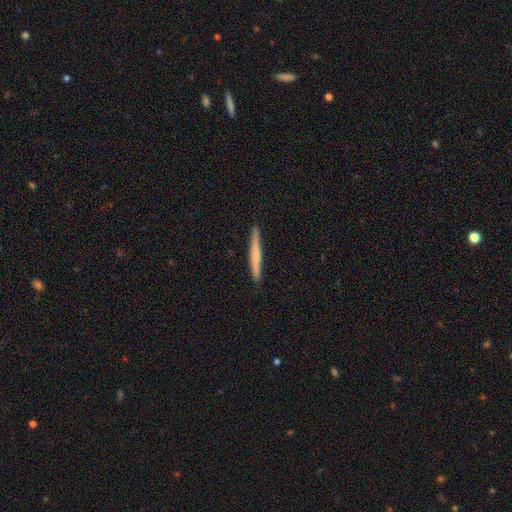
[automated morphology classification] Q: Smooth or featured?
A: smooth (55%); runner-up: featured or disk (40%)
Q: How rounded?
A: cigar-shaped (97%); runner-up: in between (2%)
Q: Merging?
A: none (92%); runner-up: minor disturbance (6%)